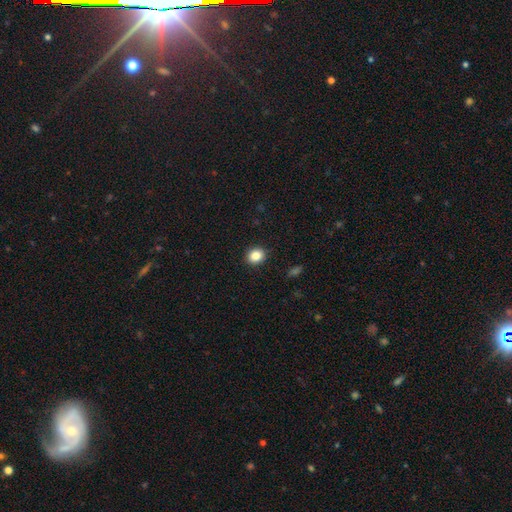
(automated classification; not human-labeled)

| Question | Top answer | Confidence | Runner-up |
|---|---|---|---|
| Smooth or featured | smooth | 85% | star or artifact (10%) |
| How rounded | round | 68% | in between (31%) |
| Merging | none | 91% | minor disturbance (6%) |